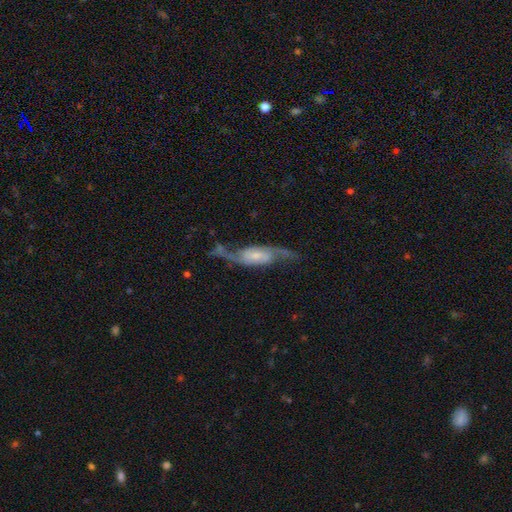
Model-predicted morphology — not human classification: The model was most divided on "bar": weak: 42%, no: 40%, strong: 17%. Remaining: spiral arms — yes (95%); spiral arm count — 2 (91%); edge-on disk — no (87%); smooth or featured — featured or disk (83%); merging — none (61%); spiral winding — loose (60%); bulge size — small (48%).